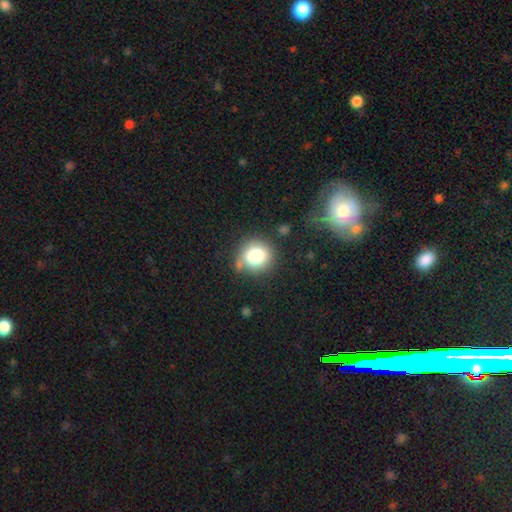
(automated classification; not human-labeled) Smooth or featured?
  - smooth: 80% *
  - star or artifact: 11%
  - featured or disk: 9%
How rounded?
  - round: 89% *
  - in between: 11%
  - cigar-shaped: 1%
Merging?
  - none: 73% *
  - minor disturbance: 15%
  - merger: 6%
  - major disturbance: 5%